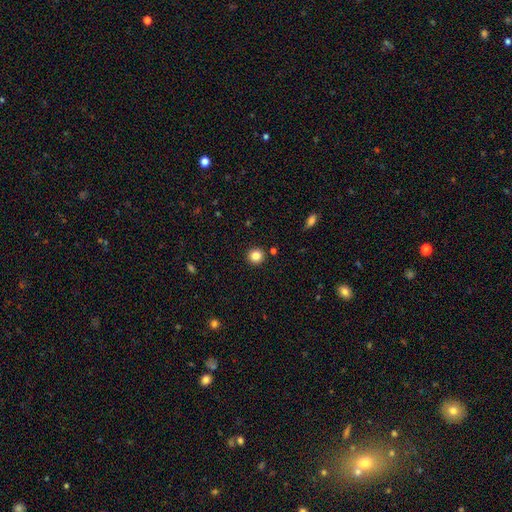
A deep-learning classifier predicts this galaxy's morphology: Smooth or featured?
  - smooth: 84% *
  - star or artifact: 11%
  - featured or disk: 5%
How rounded?
  - round: 93% *
  - in between: 6%
  - cigar-shaped: 1%
Merging?
  - none: 90% *
  - minor disturbance: 5%
  - merger: 3%
  - major disturbance: 2%